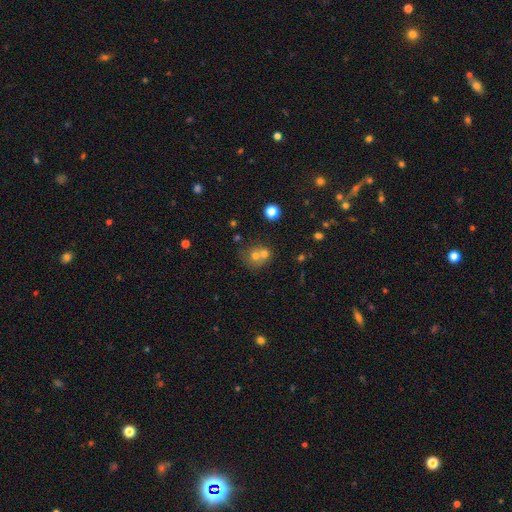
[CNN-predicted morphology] A smooth galaxy with no disk features (63%) that is round (78%).

Vote fractions:
- Smooth or featured? smooth: 63% / featured or disk: 21% / star or artifact: 16%
- How rounded? round: 78% / in between: 21% / cigar-shaped: 1%
- Merging? merger: 55% / none: 35% / minor disturbance: 7% / major disturbance: 3%